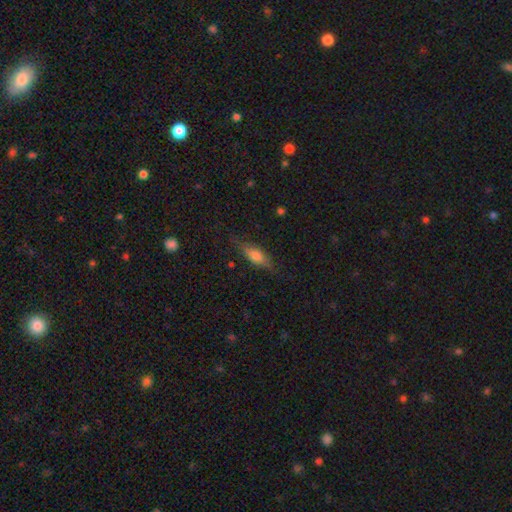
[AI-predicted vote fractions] A smooth galaxy with no disk features (64%) that is in between round and cigar-shaped (58%). Merging: none (76%).